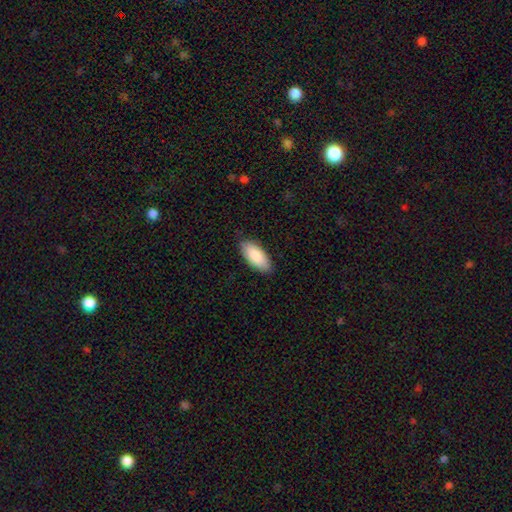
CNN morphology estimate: Q: Smooth or featured?
A: smooth (88%); runner-up: featured or disk (7%)
Q: How rounded?
A: in between (89%); runner-up: cigar-shaped (10%)
Q: Merging?
A: none (86%); runner-up: minor disturbance (11%)